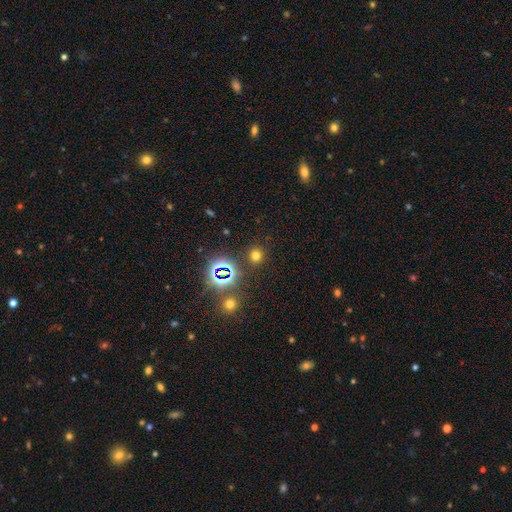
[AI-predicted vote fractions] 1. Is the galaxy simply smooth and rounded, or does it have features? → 65% smooth, 28% star or artifact, 6% featured or disk.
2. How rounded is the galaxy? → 90% round, 9% in between, 1% cigar-shaped.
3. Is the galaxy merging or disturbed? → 88% none, 6% minor disturbance, 3% major disturbance, 3% merger.